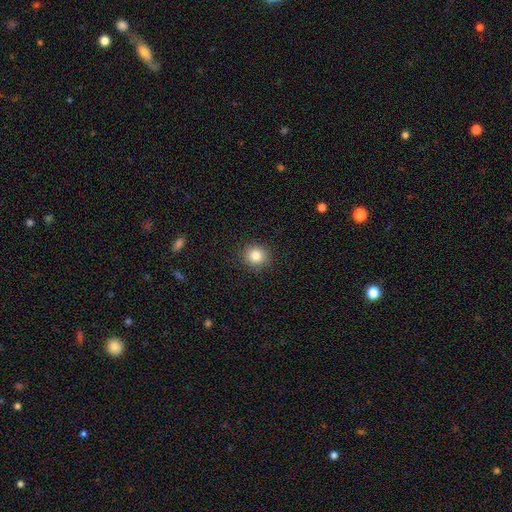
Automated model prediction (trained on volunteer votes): Smooth or featured? smooth (83%)
How rounded? round (90%)
Merging? none (90%)